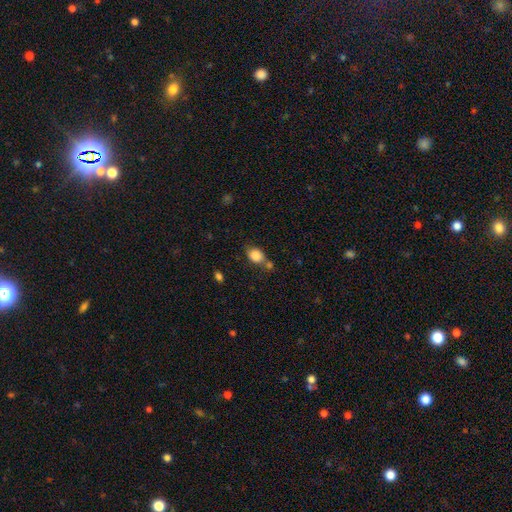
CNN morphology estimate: Q: Smooth or featured?
A: smooth (85%); runner-up: star or artifact (9%)
Q: How rounded?
A: in between (58%); runner-up: round (40%)
Q: Merging?
A: none (54%); runner-up: merger (23%)